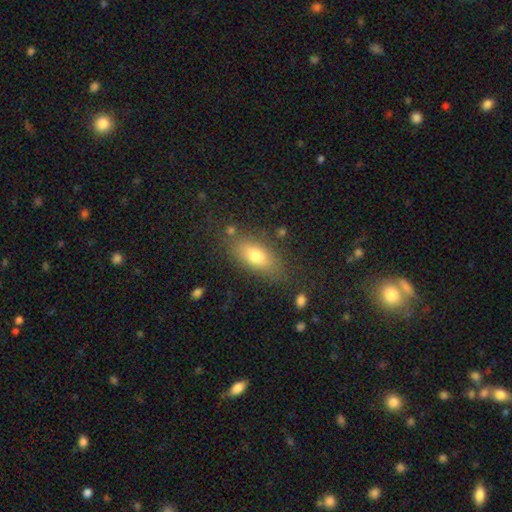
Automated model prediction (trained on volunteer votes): Smooth or featured? smooth (73%)
How rounded? in between (78%)
Merging? none (78%)